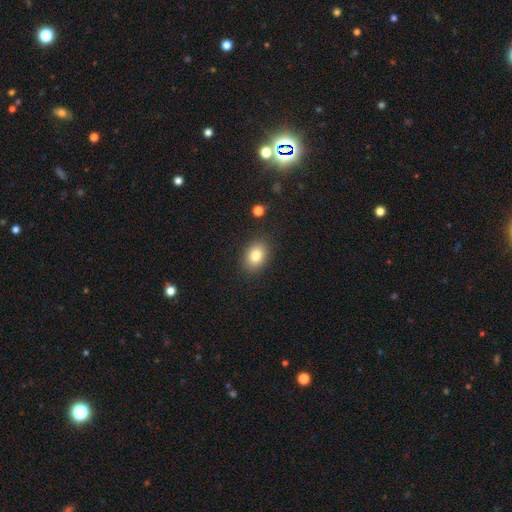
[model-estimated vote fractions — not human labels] Smooth or featured? smooth (82%)
How rounded? in between (68%)
Merging? none (86%)